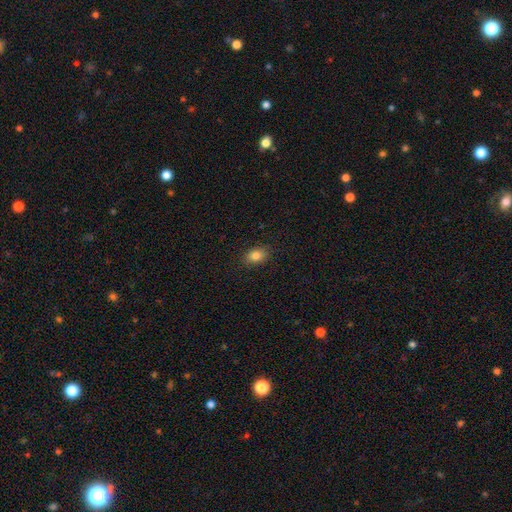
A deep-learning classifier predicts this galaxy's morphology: This appears to be a smooth galaxy with no disk features (84%) that is in between round and cigar-shaped (76%). Merging: none (87%).